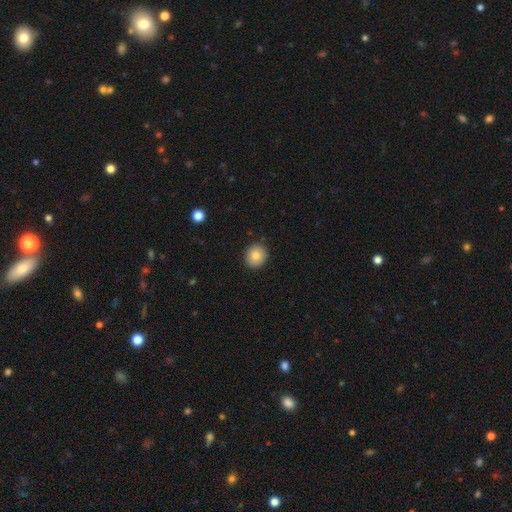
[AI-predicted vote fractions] Q: Smooth or featured?
A: smooth (81%); runner-up: featured or disk (10%)
Q: How rounded?
A: round (88%); runner-up: in between (11%)
Q: Merging?
A: none (91%); runner-up: minor disturbance (6%)